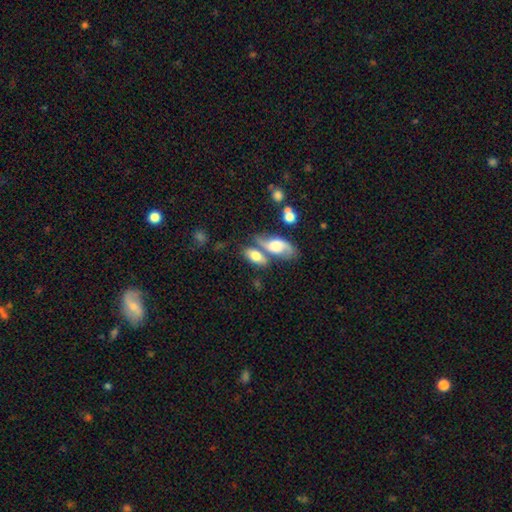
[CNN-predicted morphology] Smooth or featured?
  - smooth: 56% *
  - featured or disk: 35%
  - star or artifact: 9%
How rounded?
  - in between: 80% *
  - cigar-shaped: 11%
  - round: 9%
Merging?
  - merger: 42% *
  - none: 38%
  - minor disturbance: 13%
  - major disturbance: 7%